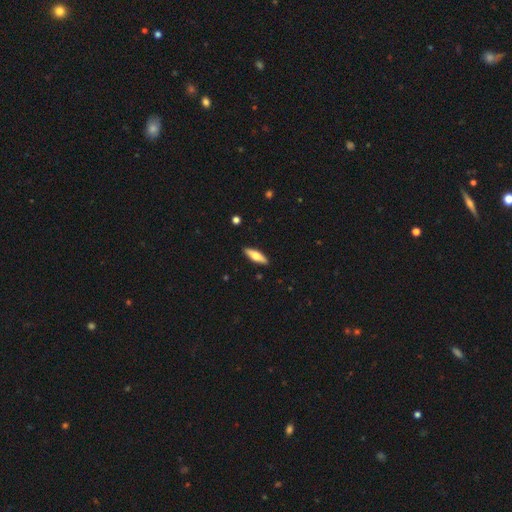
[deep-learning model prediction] Smooth or featured?
  - smooth: 61% *
  - featured or disk: 33%
  - star or artifact: 5%
How rounded?
  - cigar-shaped: 55% *
  - in between: 43%
  - round: 2%
Merging?
  - none: 90% *
  - minor disturbance: 7%
  - major disturbance: 2%
  - merger: 1%